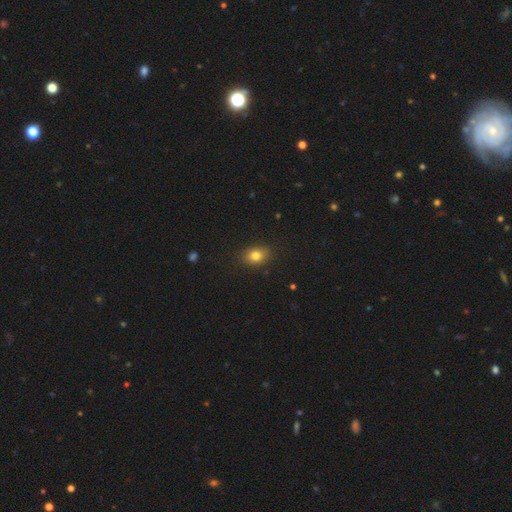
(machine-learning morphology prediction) Smooth or featured? smooth (80%)
How rounded? in between (65%)
Merging? none (87%)